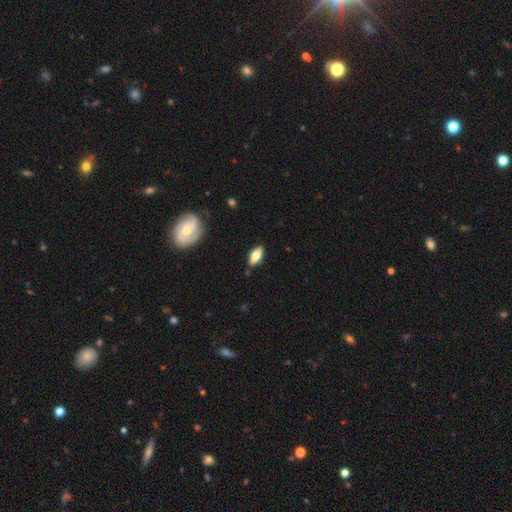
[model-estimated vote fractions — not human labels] smooth_or_featured: smooth (p=0.67) [alt: featured or disk p=0.27]
how_rounded: in between (p=0.82) [alt: cigar-shaped p=0.15]
merging: none (p=0.83) [alt: minor disturbance p=0.12]